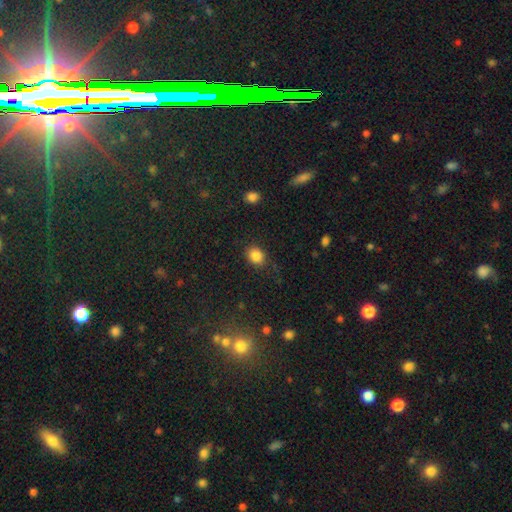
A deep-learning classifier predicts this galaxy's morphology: smooth-or-featured: smooth: 86% | star or artifact: 10% | featured or disk: 4%
  how-rounded: in between: 50% | round: 49% | cigar-shaped: 1%
  merging: none: 84% | minor disturbance: 11% | major disturbance: 3% | merger: 1%